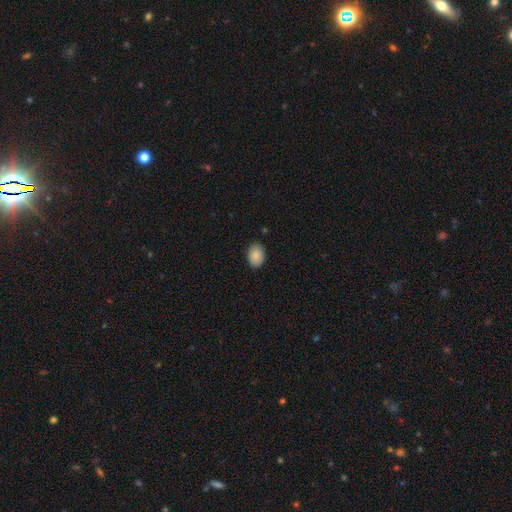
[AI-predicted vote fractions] Smooth or featured? Predicted: smooth (p=0.88). How rounded? Predicted: in between (p=0.79). Merging? Predicted: none (p=0.88).